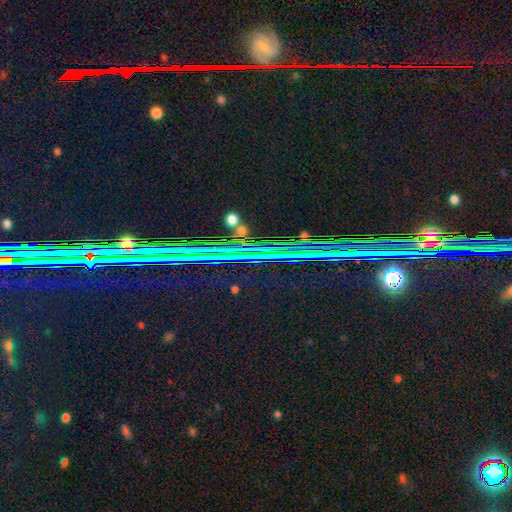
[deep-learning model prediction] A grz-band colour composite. It shows a star or artifact, not a galaxy (84%).